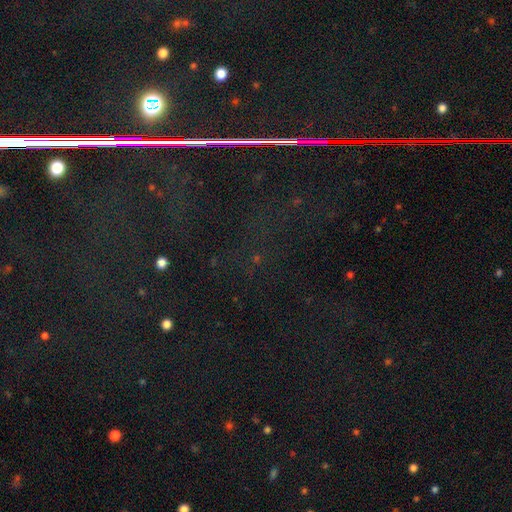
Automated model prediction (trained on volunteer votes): Smooth or featured? star or artifact (84%)